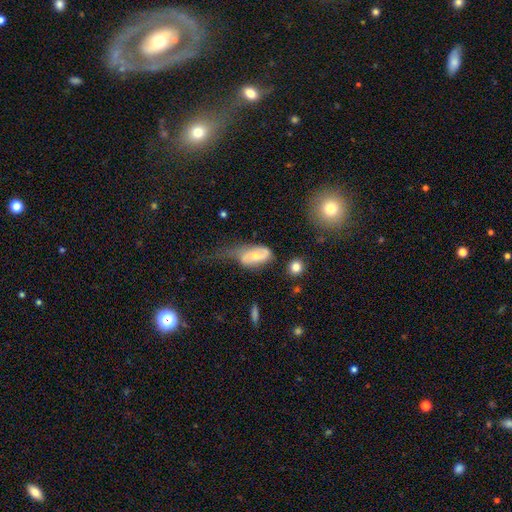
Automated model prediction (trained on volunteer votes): The model was most divided on "smooth or featured": featured or disk: 47%, smooth: 46%, star or artifact: 7%. Remaining: merging — major disturbance (43%).